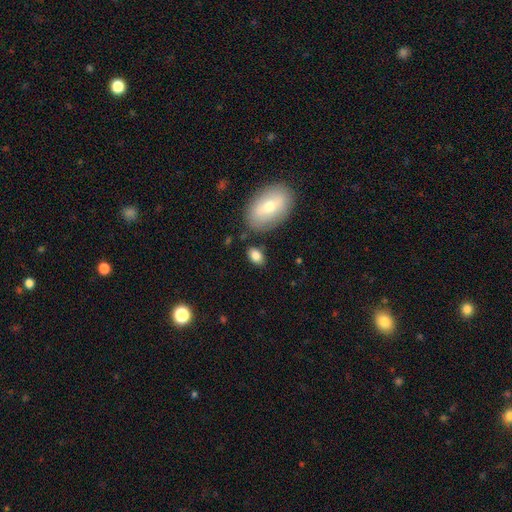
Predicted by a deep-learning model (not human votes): A smooth galaxy with no disk features (83%) that is in between round and cigar-shaped (88%).

Vote fractions:
- Smooth or featured? smooth: 83% / featured or disk: 9% / star or artifact: 8%
- How rounded? in between: 88% / round: 10% / cigar-shaped: 2%
- Merging? none: 78% / minor disturbance: 13% / merger: 5% / major disturbance: 4%